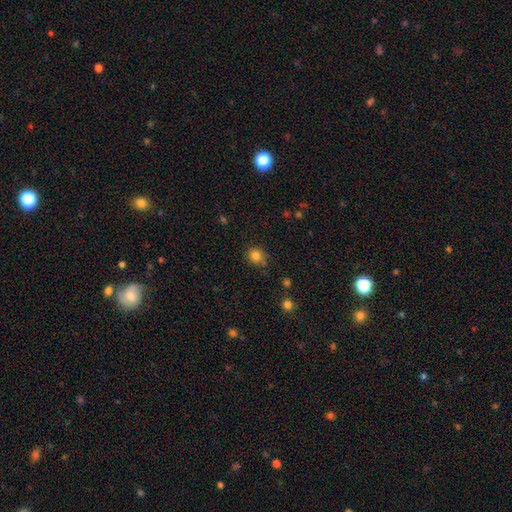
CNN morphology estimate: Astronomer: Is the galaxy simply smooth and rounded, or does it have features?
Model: smooth — 82%.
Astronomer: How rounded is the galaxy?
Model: round — 78%.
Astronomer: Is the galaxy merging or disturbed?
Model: none — 76%.